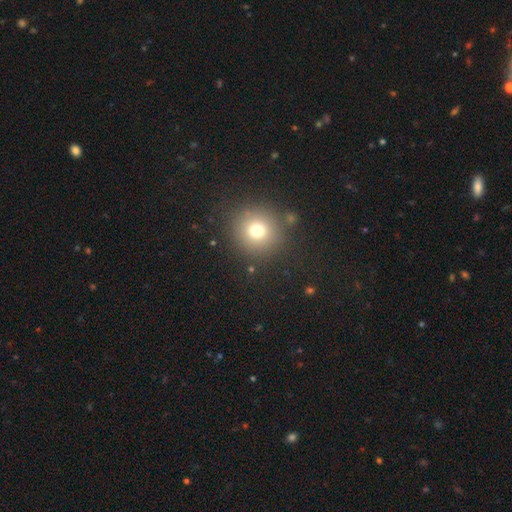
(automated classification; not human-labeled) Smooth or featured? Predicted: smooth (p=0.63). How rounded? Predicted: round (p=0.93). Merging? Predicted: none (p=0.88).